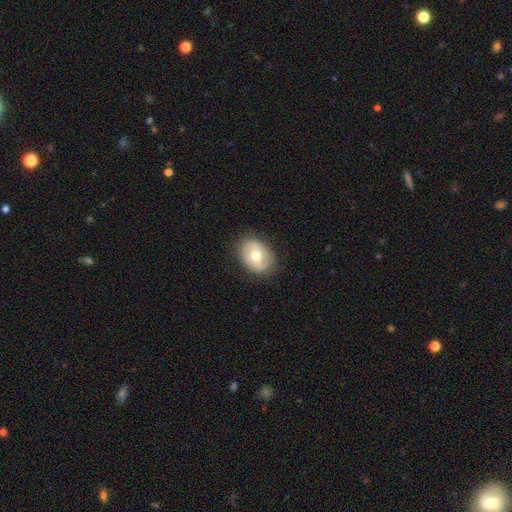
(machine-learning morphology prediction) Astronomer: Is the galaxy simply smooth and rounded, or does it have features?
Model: smooth — 50% (runner-up: featured or disk, 43%).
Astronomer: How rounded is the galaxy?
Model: in between — 66%.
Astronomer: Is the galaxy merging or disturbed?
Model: none — 83%.